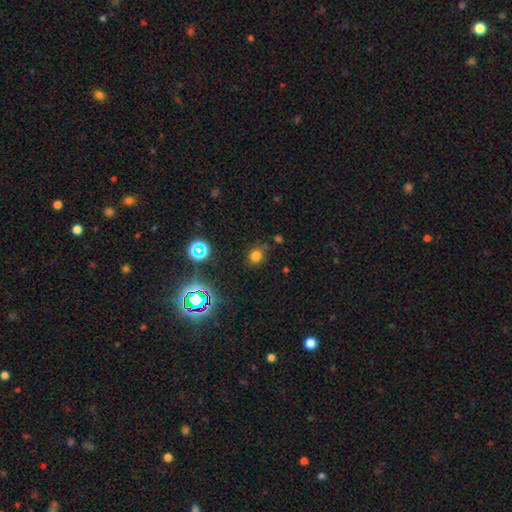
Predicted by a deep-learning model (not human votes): smooth_or_featured: smooth (p=0.70) [alt: star or artifact p=0.23]
how_rounded: round (p=0.69) [alt: in between p=0.29]
merging: none (p=0.75) [alt: minor disturbance p=0.16]